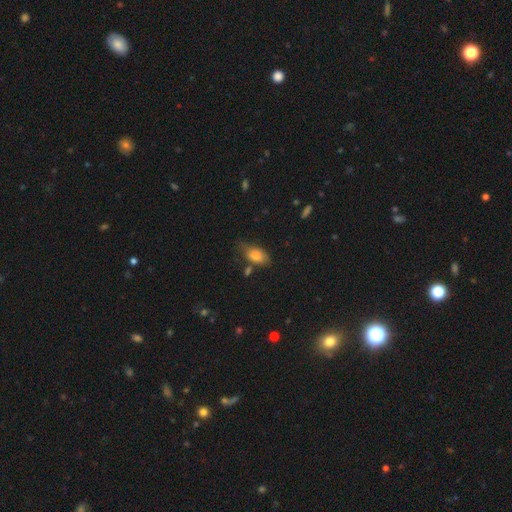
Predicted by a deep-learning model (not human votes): This appears to be a smooth galaxy with no disk features (82%) that is in between round and cigar-shaped (89%). Merging: none (52%).